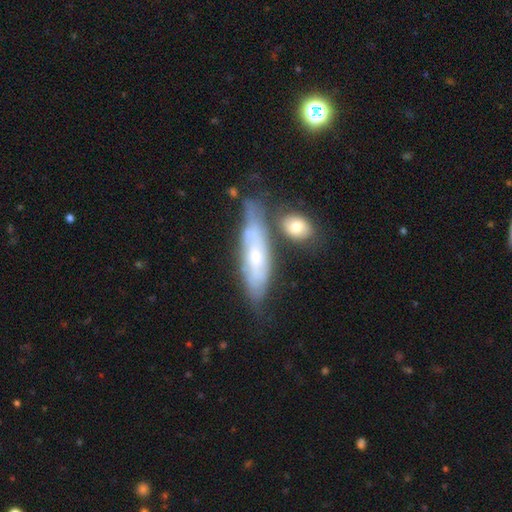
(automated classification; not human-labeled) featured or disk 61%, smooth 33%, star or artifact 6%. Down the decision tree: edge-on disk — no (64%); merging — none (54%).